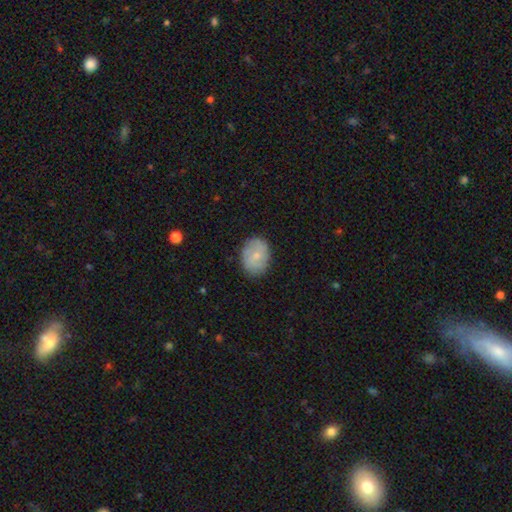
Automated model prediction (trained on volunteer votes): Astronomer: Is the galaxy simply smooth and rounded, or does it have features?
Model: smooth — 61%.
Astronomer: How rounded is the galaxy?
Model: in between — 64%.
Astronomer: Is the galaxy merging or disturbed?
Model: none — 81%.